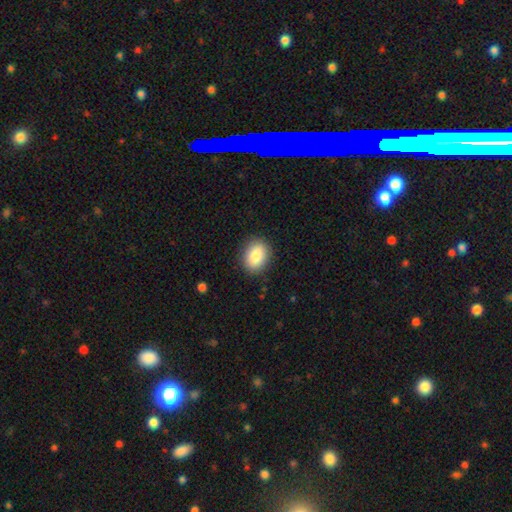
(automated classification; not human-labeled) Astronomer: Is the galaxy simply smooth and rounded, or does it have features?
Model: smooth — 87%.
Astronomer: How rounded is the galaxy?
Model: in between — 67%.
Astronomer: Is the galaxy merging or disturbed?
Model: none — 88%.